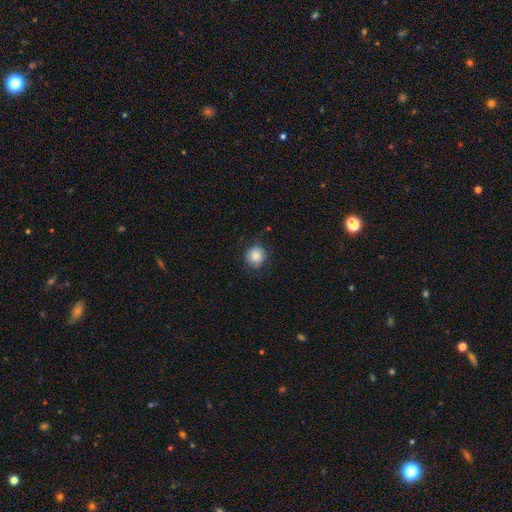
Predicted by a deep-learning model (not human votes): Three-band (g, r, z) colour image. It shows a smooth galaxy with no disk features (84%) that is round (90%). Merging: none (81%).